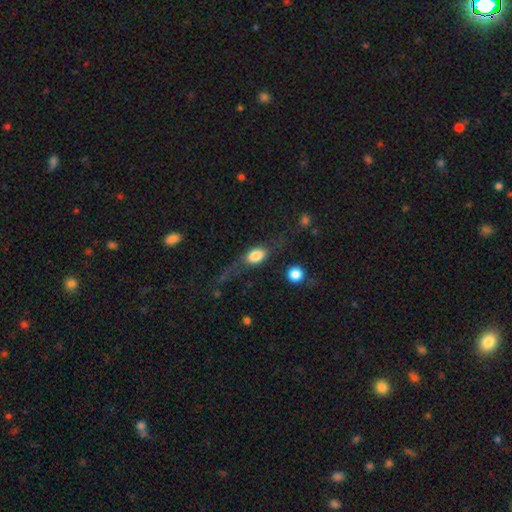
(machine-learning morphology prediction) Overall: smooth (65%; featured or disk 27%). How rounded: in between (73%). Merging: none (53%; major disturbance 22%).